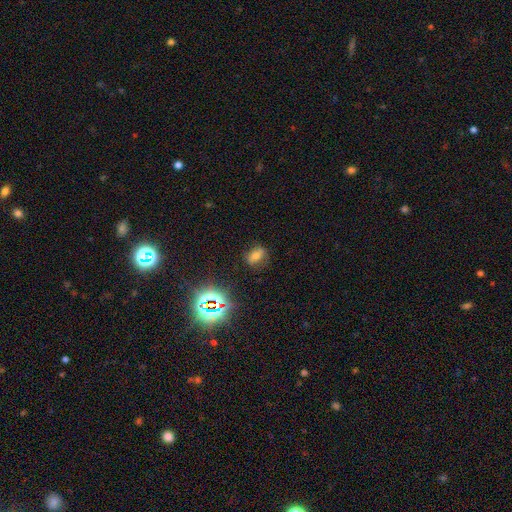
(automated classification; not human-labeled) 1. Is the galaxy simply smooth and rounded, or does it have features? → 56% smooth, 26% star or artifact, 19% featured or disk.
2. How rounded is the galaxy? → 63% in between, 33% round, 3% cigar-shaped.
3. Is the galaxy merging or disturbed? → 79% none, 14% minor disturbance, 4% major disturbance, 2% merger.